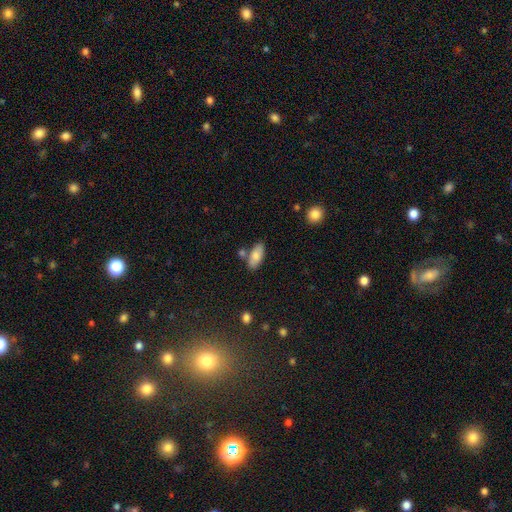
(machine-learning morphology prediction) The model was most divided on "merging": none: 71%, minor disturbance: 14%, merger: 11%, major disturbance: 3%. More confident: how rounded — in between (89%); smooth or featured — smooth (79%).